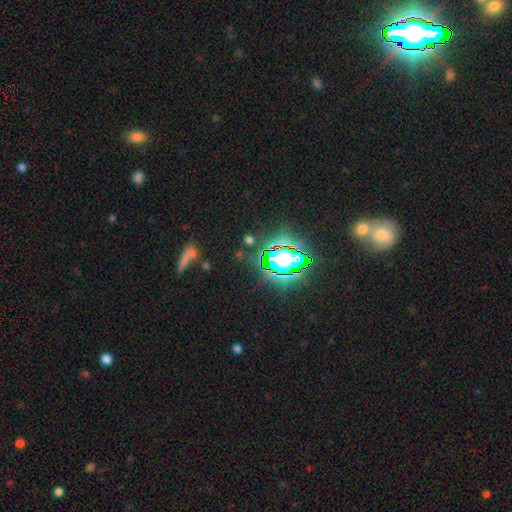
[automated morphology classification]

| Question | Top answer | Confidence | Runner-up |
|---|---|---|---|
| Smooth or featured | star or artifact | 76% | smooth (14%) |